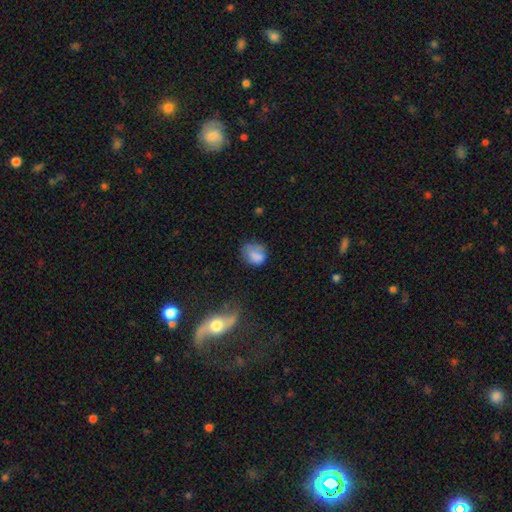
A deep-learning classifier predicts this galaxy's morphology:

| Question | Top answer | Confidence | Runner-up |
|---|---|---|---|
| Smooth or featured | smooth | 74% | featured or disk (15%) |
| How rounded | in between | 53% | round (46%) |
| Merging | none | 45% | minor disturbance (31%) |